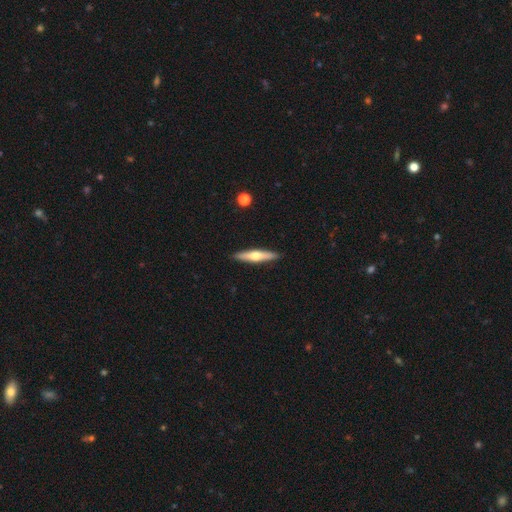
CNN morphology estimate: Smooth or featured? featured or disk (54%)
Edge-on disk? yes (94%)
Edge-on bulge? rounded (91%)
Merging? none (91%)